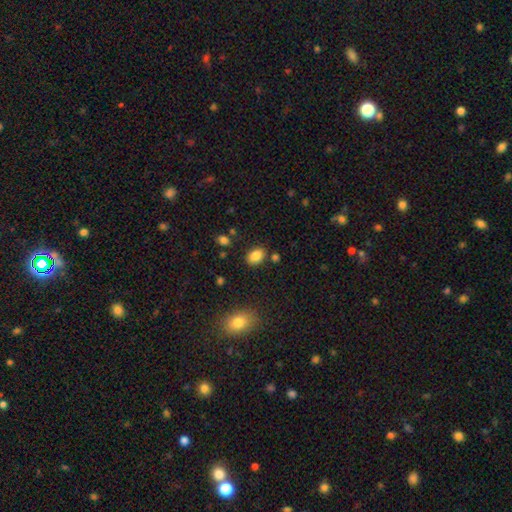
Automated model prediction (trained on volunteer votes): Morphology: type=smooth (86%); roundness=in between (78%); merging=none (81%).